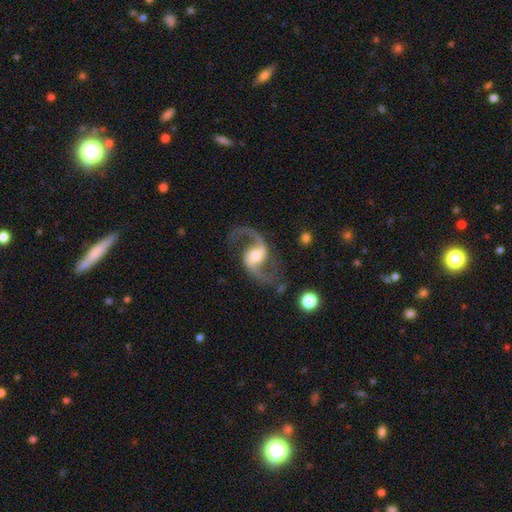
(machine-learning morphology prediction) A featured or disk galaxy (93%) with a weak bar (44%), 2 (94%) loose (62%) spiral arms (98%) and a moderate central bulge (55%). Merging: none (78%).